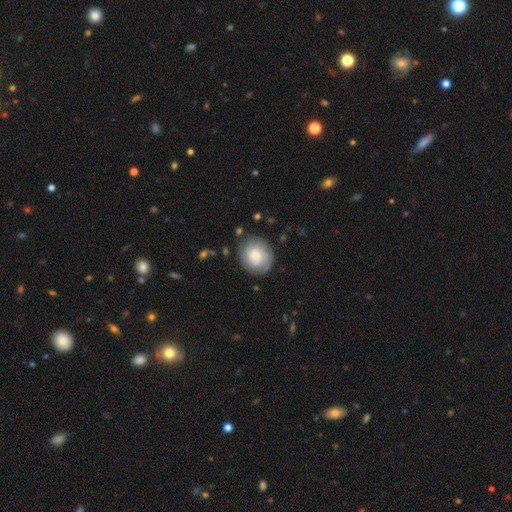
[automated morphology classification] Smooth or featured? Predicted: smooth (p=0.55). How rounded? Predicted: round (p=0.77). Merging? Predicted: none (p=0.75).